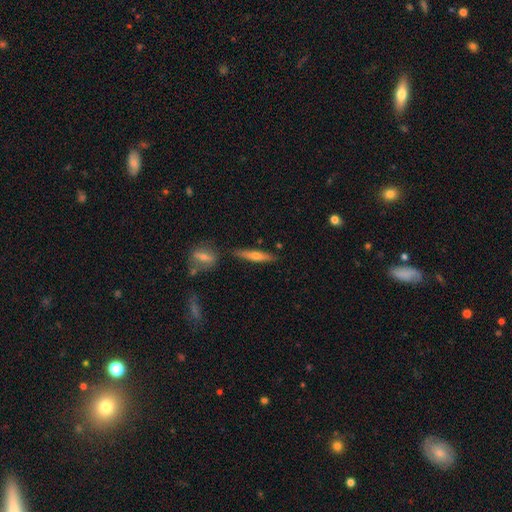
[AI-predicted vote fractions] This is possibly a smooth galaxy (51%). How rounded: clearly cigar-shaped (86%). Merging: clearly none (81%).